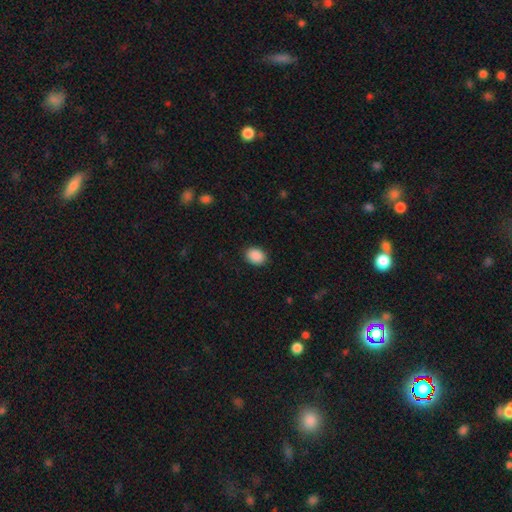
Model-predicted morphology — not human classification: smooth_or_featured: smooth (p=0.90) [alt: star or artifact p=0.07]
how_rounded: in between (p=0.67) [alt: round p=0.32]
merging: none (p=0.90) [alt: minor disturbance p=0.07]